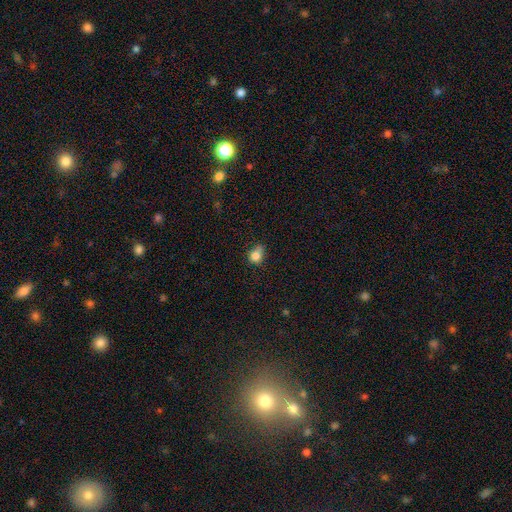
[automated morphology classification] This appears to be a smooth galaxy with no disk features (80%) that is round (73%). Merging: none (48%).